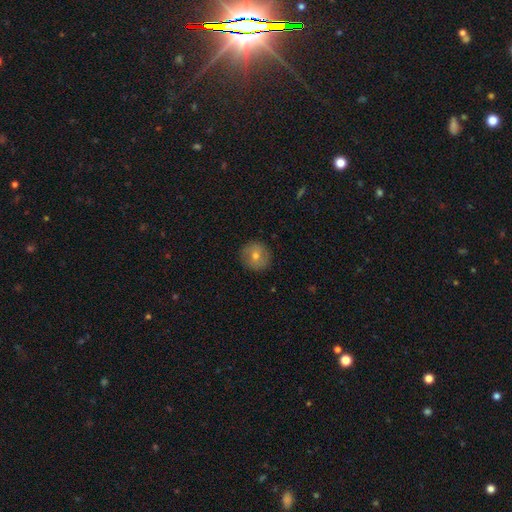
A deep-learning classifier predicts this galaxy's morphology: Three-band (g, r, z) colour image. It shows a smooth galaxy with no disk features (61%) that is round (93%). Merging: none (89%).